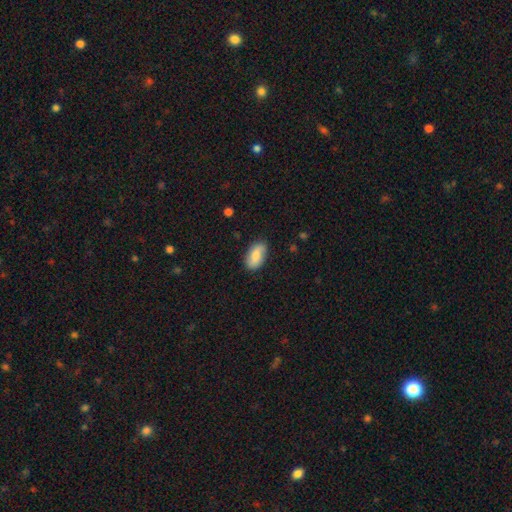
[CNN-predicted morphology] A smooth galaxy with no disk features (65%) that is in between round and cigar-shaped (92%).

Vote fractions:
- Smooth or featured? smooth: 65% / featured or disk: 28% / star or artifact: 7%
- How rounded? in between: 92% / round: 5% / cigar-shaped: 3%
- Merging? none: 82% / minor disturbance: 14% / major disturbance: 3% / merger: 1%